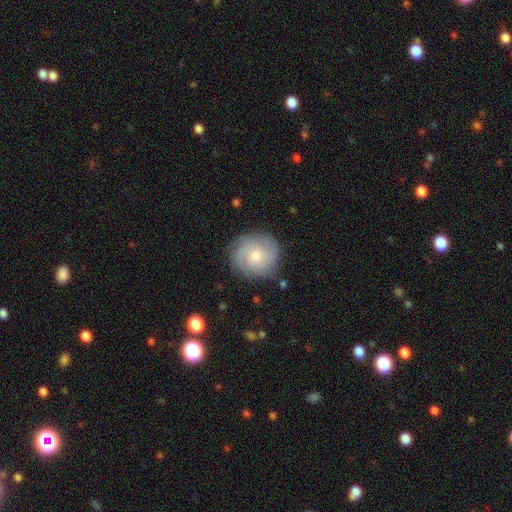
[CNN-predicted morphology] The model was most divided on "bulge size": moderate: 50%, small: 42%, large: 4%, none: 2%, dominant: 1%. More confident: edge-on disk — no (98%); spiral arms — yes (89%); merging — none (80%); bar — no (76%); smooth or featured — featured or disk (55%).